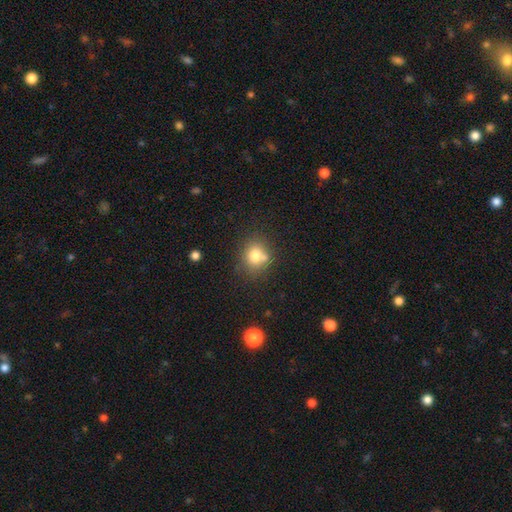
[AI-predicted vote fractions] The model was most divided on "merging": none: 63%, merger: 18%, minor disturbance: 15%, major disturbance: 5%. More confident: smooth or featured — smooth (76%); how rounded — round (75%).